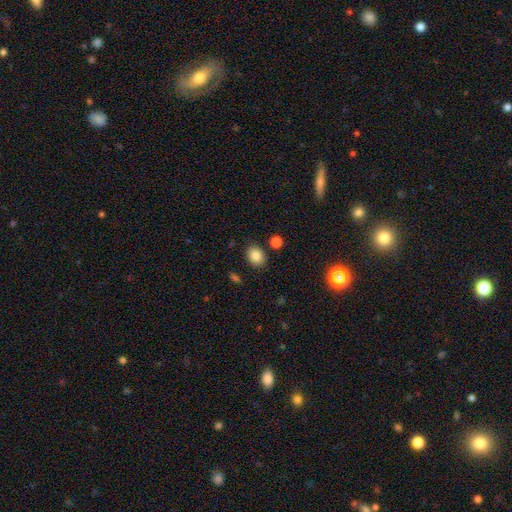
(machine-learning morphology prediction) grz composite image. It shows a smooth galaxy with no disk features (85%) that is in between round and cigar-shaped (54%). Merging: none (85%).